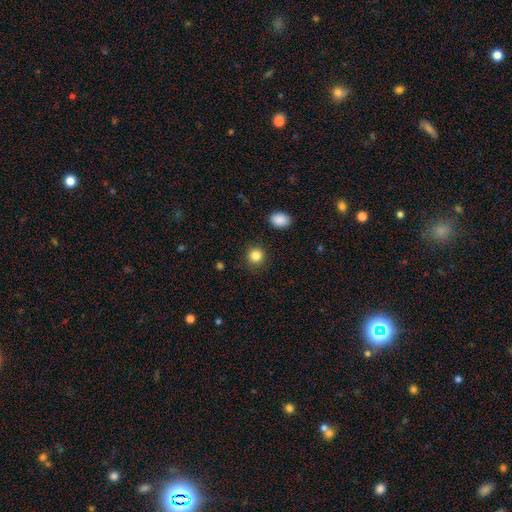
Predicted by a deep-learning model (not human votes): smooth-or-featured: smooth: 85% | star or artifact: 11% | featured or disk: 4%
  how-rounded: round: 89% | in between: 10% | cigar-shaped: 1%
  merging: none: 88% | minor disturbance: 7% | major disturbance: 3% | merger: 2%